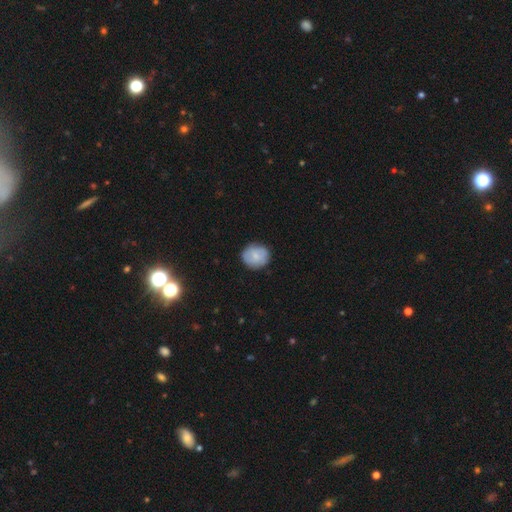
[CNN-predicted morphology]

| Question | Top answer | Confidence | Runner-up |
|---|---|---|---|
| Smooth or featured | smooth | 71% | featured or disk (22%) |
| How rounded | round | 82% | in between (17%) |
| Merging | none | 83% | minor disturbance (13%) |